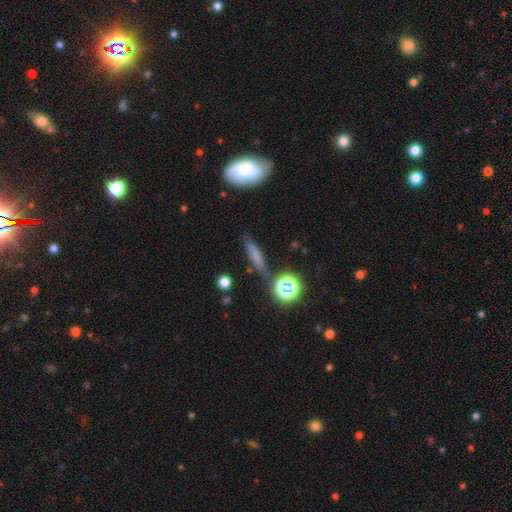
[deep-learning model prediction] Overall: smooth (57%; featured or disk 26%). How rounded: cigar-shaped (68%). Merging: none (70%).